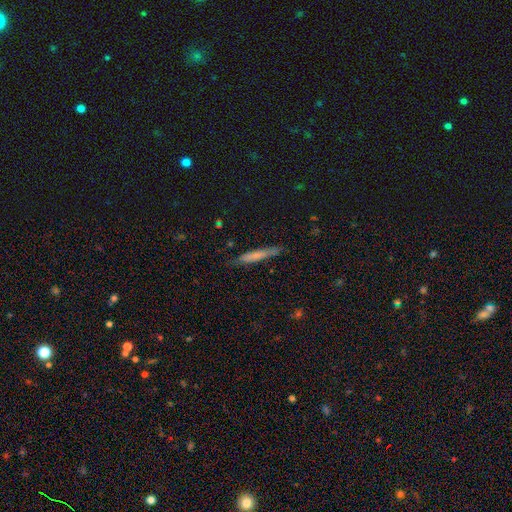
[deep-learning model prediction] The model was most divided on "smooth or featured": smooth: 63%, featured or disk: 30%, star or artifact: 7%. More confident: how rounded — cigar-shaped (95%); merging — none (82%).